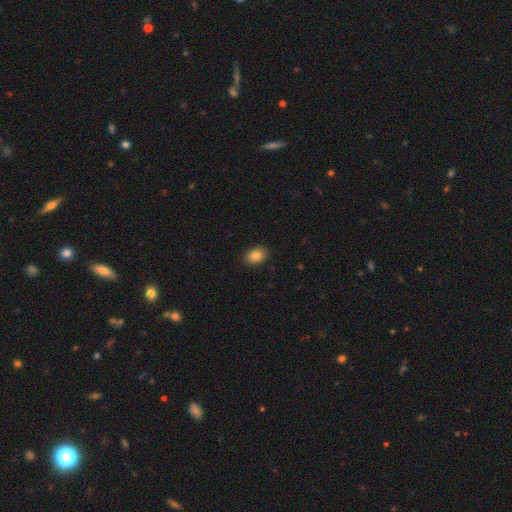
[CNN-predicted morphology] Smooth or featured? Predicted: smooth (p=0.85). How rounded? Predicted: in between (p=0.73). Merging? Predicted: none (p=0.90).